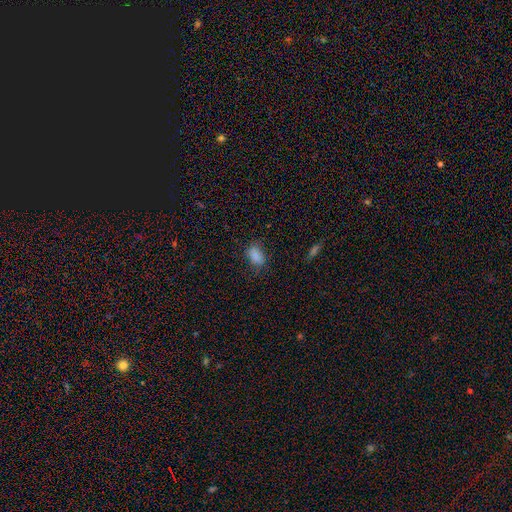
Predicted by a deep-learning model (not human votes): This is clearly a smooth galaxy (85%). How rounded: clearly in between (87%). Merging: likely none (71%).